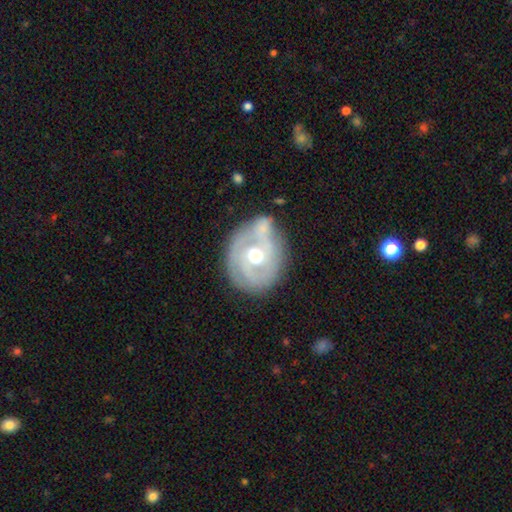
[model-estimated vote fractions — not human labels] Q: Smooth or featured?
A: featured or disk (75%); runner-up: smooth (19%)
Q: Edge-on disk?
A: no (96%); runner-up: yes (4%)
Q: Bar?
A: no (69%); runner-up: weak (25%)
Q: Spiral arms?
A: yes (72%); runner-up: no (28%)
Q: Spiral winding?
A: tight (60%); runner-up: medium (29%)
Q: Spiral arm count?
A: 2 (38%); runner-up: can't tell (32%)
Q: Bulge size?
A: moderate (80%); runner-up: small (10%)
Q: Merging?
A: none (58%); runner-up: minor disturbance (23%)